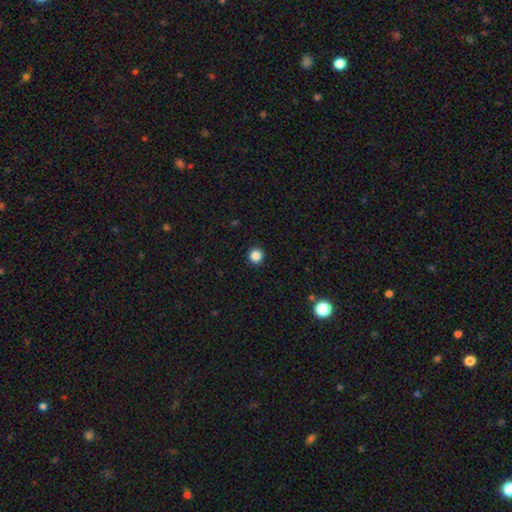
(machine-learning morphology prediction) A smooth galaxy with no disk features (86%) that is round (95%).

Vote fractions:
- Smooth or featured? smooth: 86% / star or artifact: 12% / featured or disk: 3%
- How rounded? round: 95% / in between: 4% / cigar-shaped: 1%
- Merging? none: 93% / minor disturbance: 4% / major disturbance: 2% / merger: 1%